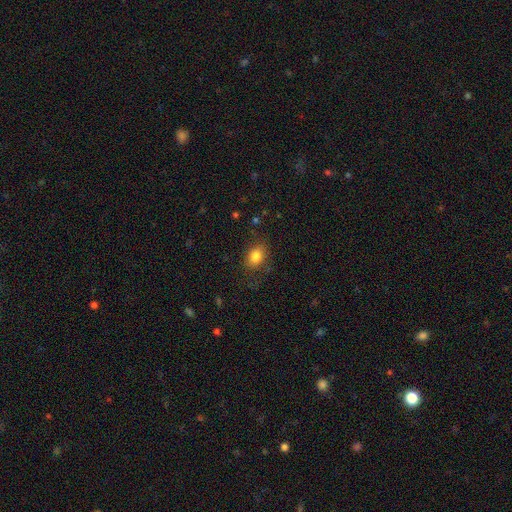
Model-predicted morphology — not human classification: Smooth or featured?
  - smooth: 83% *
  - star or artifact: 10%
  - featured or disk: 8%
How rounded?
  - in between: 72% *
  - round: 27%
  - cigar-shaped: 1%
Merging?
  - none: 78% *
  - minor disturbance: 15%
  - major disturbance: 6%
  - merger: 1%